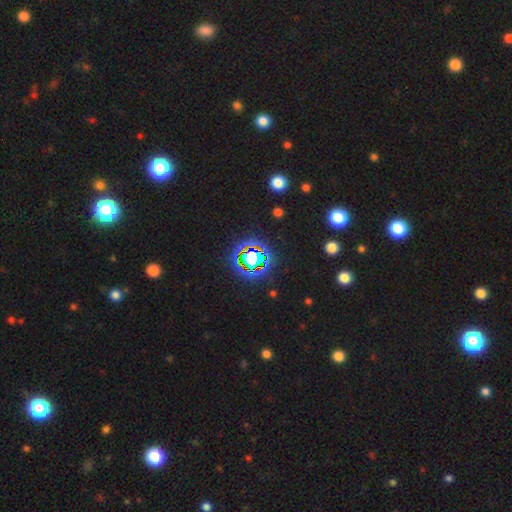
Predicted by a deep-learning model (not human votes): Smooth or featured? star or artifact (71%)